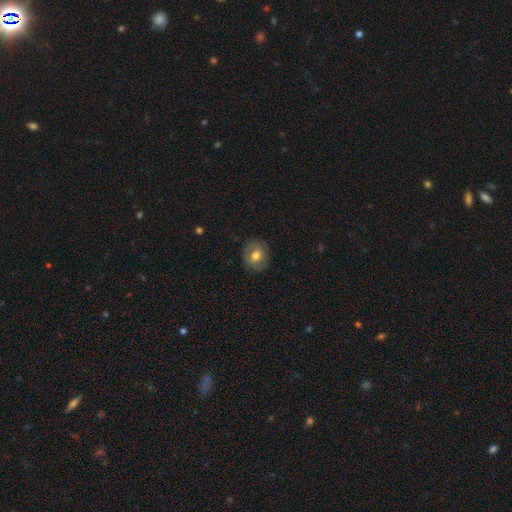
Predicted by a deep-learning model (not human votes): smooth 62%, featured or disk 29%, star or artifact 9%. Down the decision tree: how rounded — round (71%); merging — none (83%).